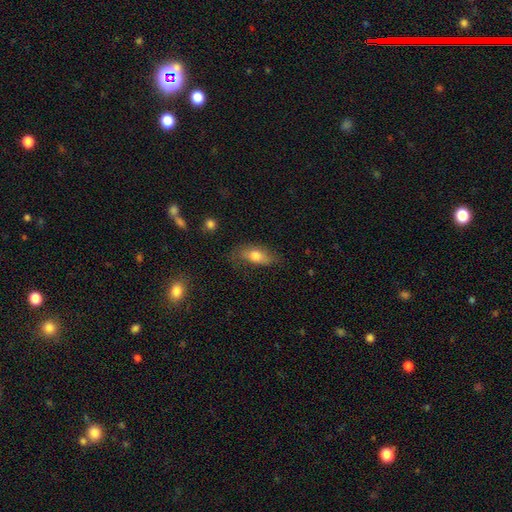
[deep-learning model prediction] A smooth galaxy with no disk features (72%) that is in between round and cigar-shaped (79%).

Vote fractions:
- Smooth or featured? smooth: 72% / featured or disk: 21% / star or artifact: 8%
- How rounded? in between: 79% / cigar-shaped: 17% / round: 5%
- Merging? none: 61% / minor disturbance: 26% / major disturbance: 11% / merger: 2%